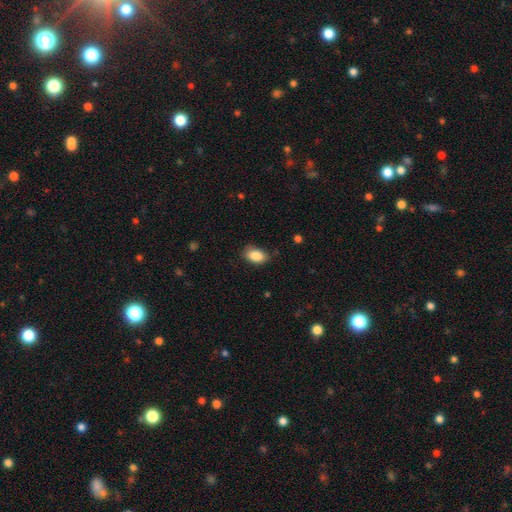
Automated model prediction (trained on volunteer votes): A smooth galaxy with no disk features (87%) that is in between round and cigar-shaped (89%). Merging: none (79%).